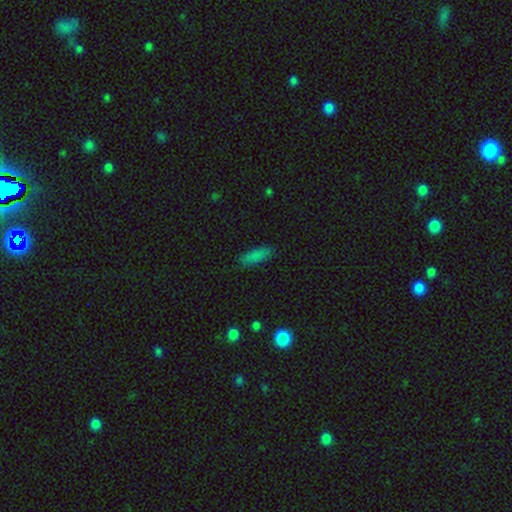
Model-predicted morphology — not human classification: Smooth or featured? Predicted: smooth (p=0.83). How rounded? Predicted: in between (p=0.59). Merging? Predicted: none (p=0.85).